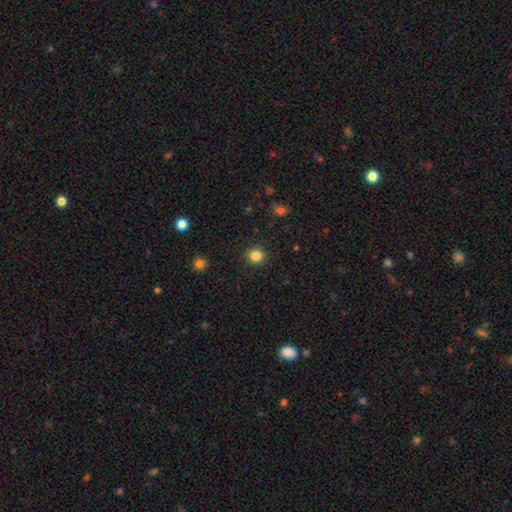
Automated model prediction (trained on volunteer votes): The model was most divided on "smooth or featured": smooth: 85%, star or artifact: 11%, featured or disk: 4%. More confident: merging — none (91%); how rounded — round (89%).